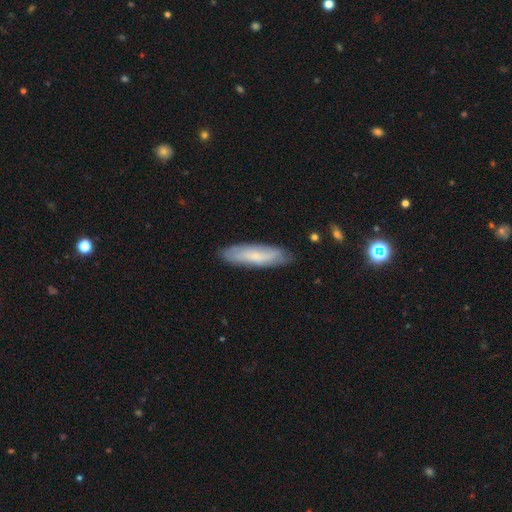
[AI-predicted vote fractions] Smooth or featured: smooth — 57% (featured or disk — 36%)
How rounded: cigar-shaped — 68% (in between — 31%)
Merging: none — 83% (minor disturbance — 13%)